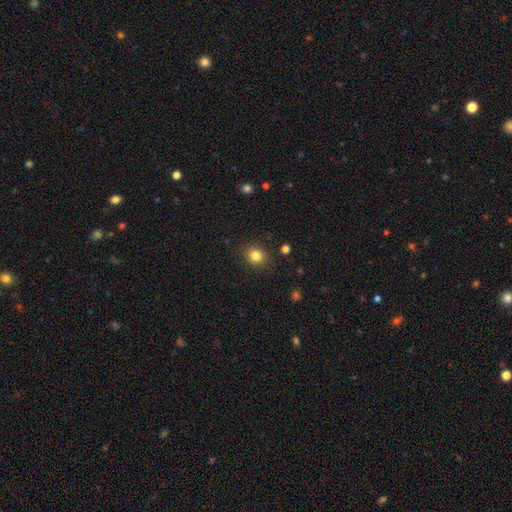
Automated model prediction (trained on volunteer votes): Morphology: type=smooth (82%); roundness=round (80%); merging=none (88%).